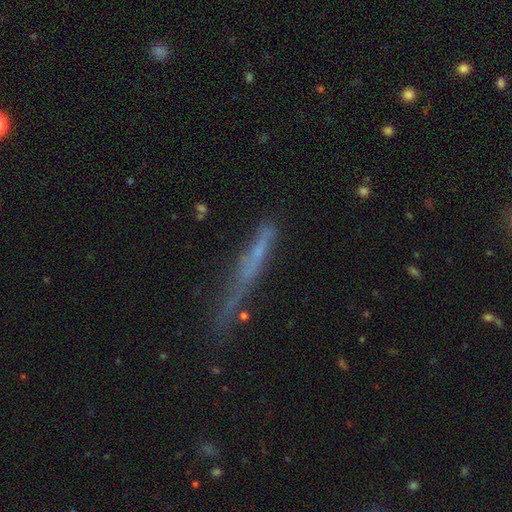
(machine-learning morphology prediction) Overall: smooth (44%; featured or disk 42%). Merging: none (53%; minor disturbance 25%).